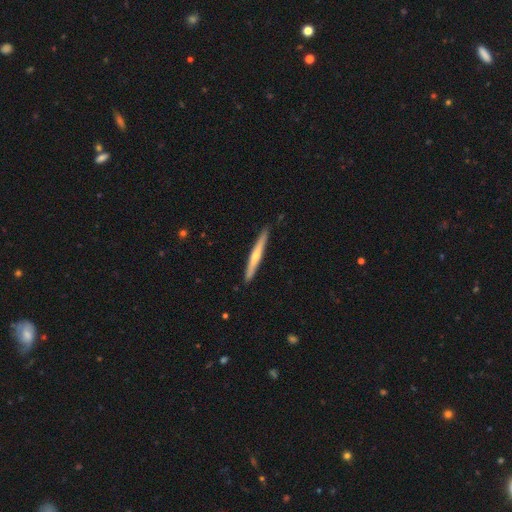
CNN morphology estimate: Overall: featured or disk (57%; smooth 38%). Edge-on disk: yes (97%). Edge-on bulge: rounded (72%). Merging: none (90%).